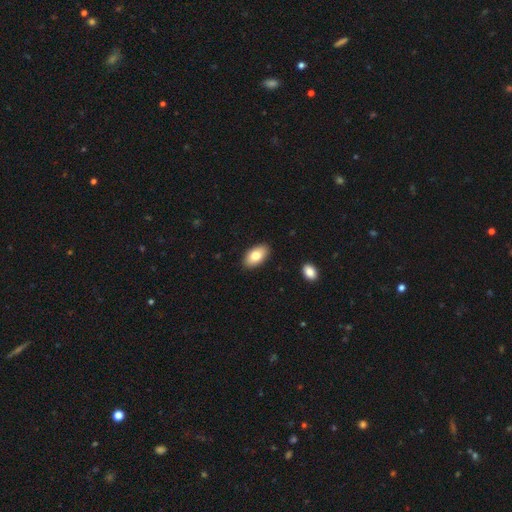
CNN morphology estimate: A smooth galaxy with no disk features (79%) that is in between round and cigar-shaped (94%).

Vote fractions:
- Smooth or featured? smooth: 79% / featured or disk: 14% / star or artifact: 7%
- How rounded? in between: 94% / round: 4% / cigar-shaped: 2%
- Merging? none: 89% / minor disturbance: 8% / major disturbance: 2% / merger: 1%